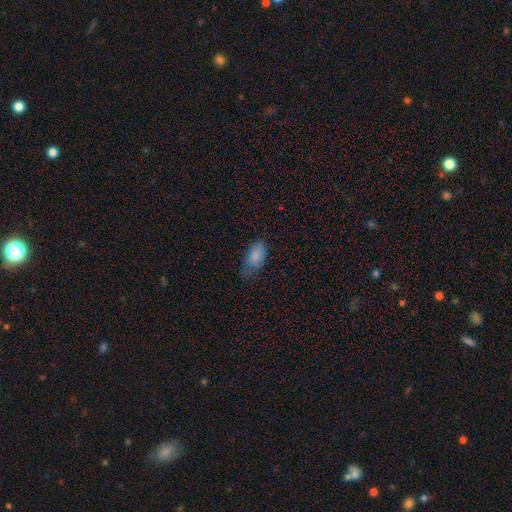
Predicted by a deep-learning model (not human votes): A smooth galaxy with no disk features (79%) that is in between round and cigar-shaped (93%).

Vote fractions:
- Smooth or featured? smooth: 79% / featured or disk: 12% / star or artifact: 9%
- How rounded? in between: 93% / cigar-shaped: 4% / round: 4%
- Merging? none: 44% / minor disturbance: 38% / major disturbance: 16% / merger: 2%